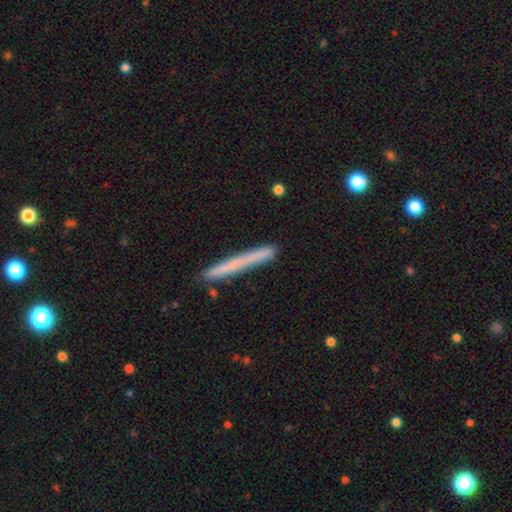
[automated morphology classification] A smooth galaxy with no disk features (64%) that is cigar-shaped (97%). Merging: none (85%).